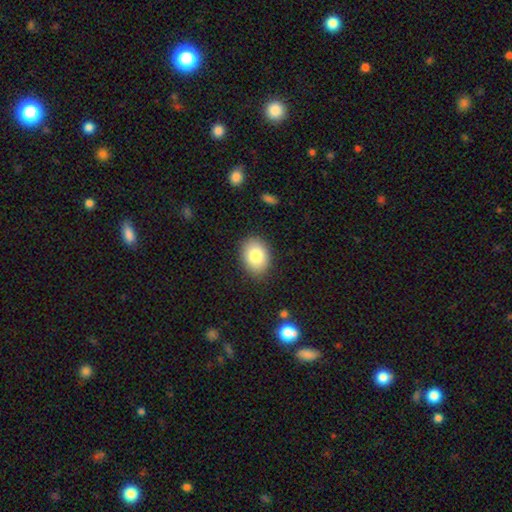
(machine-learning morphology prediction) The model was most divided on "how rounded": in between: 67%, round: 32%, cigar-shaped: 1%. More confident: merging — none (86%); smooth or featured — smooth (82%).